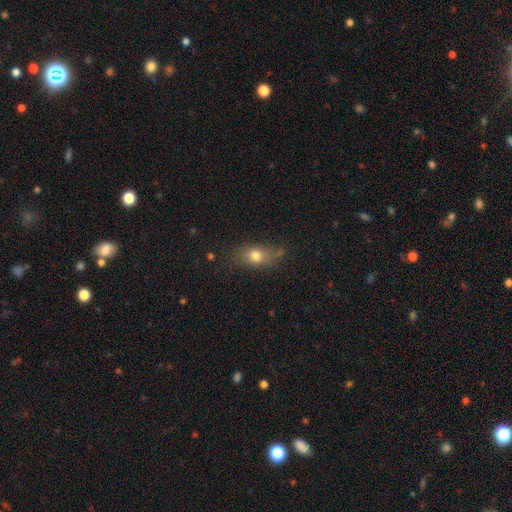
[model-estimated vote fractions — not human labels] Q: Smooth or featured?
A: smooth (73%); runner-up: featured or disk (15%)
Q: How rounded?
A: in between (71%); runner-up: round (19%)
Q: Merging?
A: none (65%); runner-up: minor disturbance (23%)